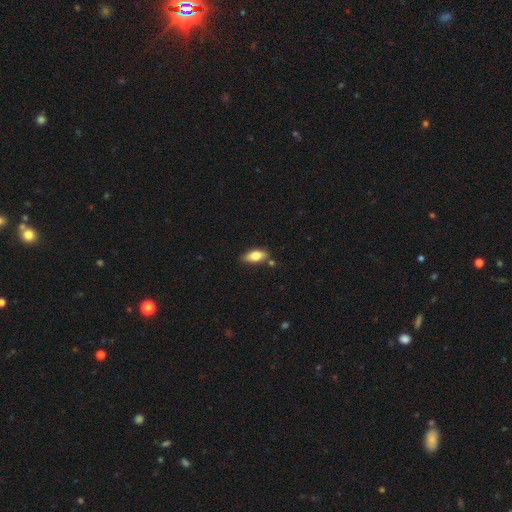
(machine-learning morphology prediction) smooth_or_featured: smooth (p=0.74) [alt: featured or disk p=0.19]
how_rounded: in between (p=0.86) [alt: cigar-shaped p=0.11]
merging: none (p=0.77) [alt: minor disturbance p=0.15]